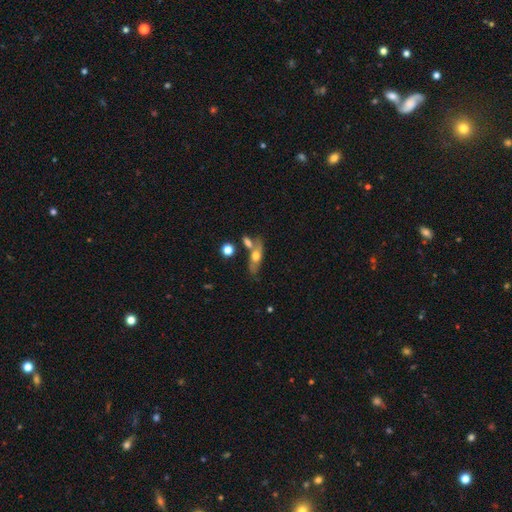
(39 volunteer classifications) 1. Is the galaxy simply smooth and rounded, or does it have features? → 46% smooth (tied), 46% featured or disk (tied), 8% star or artifact.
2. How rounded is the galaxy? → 72% cigar-shaped, 28% in between, 0% round.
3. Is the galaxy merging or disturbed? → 64% none, 28% merger, 8% minor disturbance, 0% major disturbance.